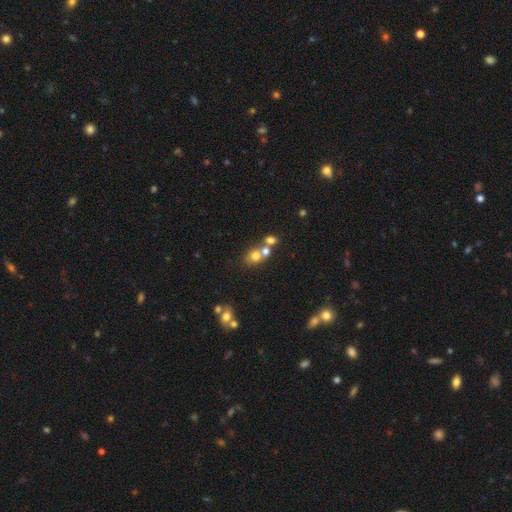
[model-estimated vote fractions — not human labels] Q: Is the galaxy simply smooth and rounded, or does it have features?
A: smooth — 69%.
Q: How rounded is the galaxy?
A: round — 66%.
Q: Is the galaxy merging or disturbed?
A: merger — 49%.